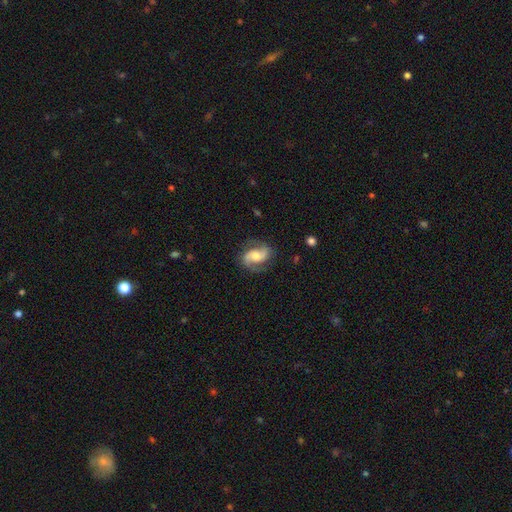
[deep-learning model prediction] featured or disk 84%, smooth 10%, star or artifact 5%. Down the decision tree: edge-on disk — no (97%); bar — no (46%); spiral arms — yes (97%); spiral arm count — 2 (92%); spiral winding — medium (50%); bulge size — moderate (57%); merging — none (80%).